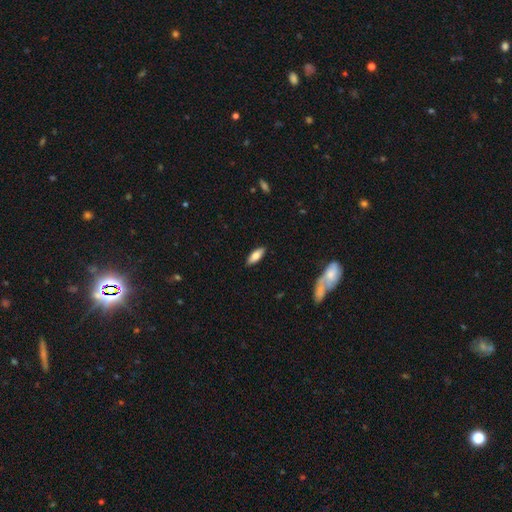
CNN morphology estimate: This appears to be a smooth galaxy with no disk features (73%) that is in between round and cigar-shaped (72%). Merging: none (87%).